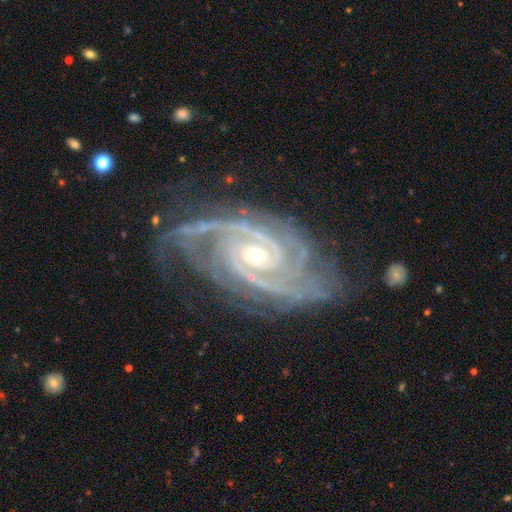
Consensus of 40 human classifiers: This is clearly a featured or disk galaxy (98%). It is clearly not viewed edge-on (100%). Bar: likely no (62%). Spiral arm pattern: clearly yes (97%). Spiral arm count: marginally 2 (39%). Spiral winding: possibly tight (50%). Central bulge: likely small (67%). Merging: clearly none (85%).